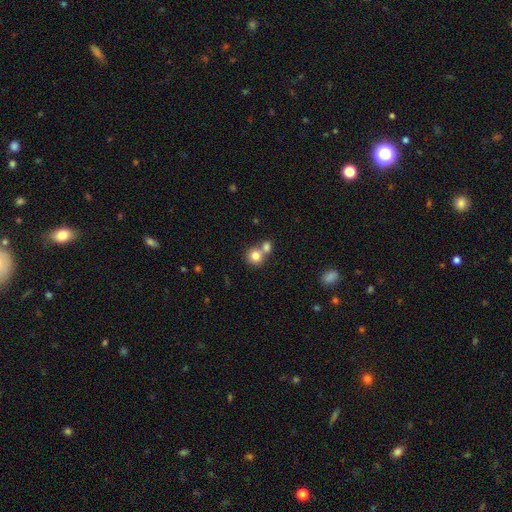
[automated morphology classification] smooth-or-featured: smooth: 80% | featured or disk: 10% | star or artifact: 10%
  how-rounded: round: 87% | in between: 12% | cigar-shaped: 1%
  merging: merger: 49% | none: 42% | minor disturbance: 6% | major disturbance: 2%